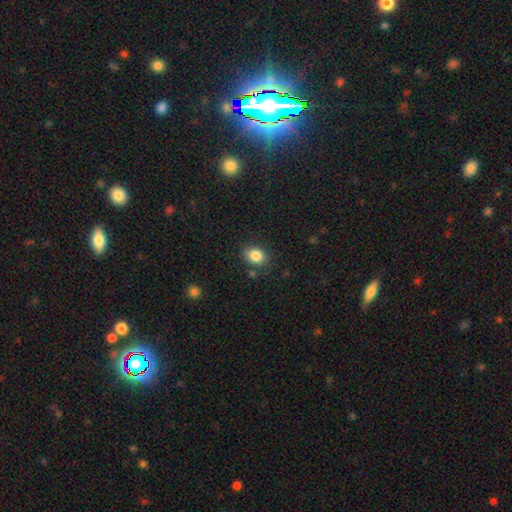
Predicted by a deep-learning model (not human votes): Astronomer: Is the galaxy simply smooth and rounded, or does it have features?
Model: smooth — 85%.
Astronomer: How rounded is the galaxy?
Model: in between — 52% (runner-up: round, 47%).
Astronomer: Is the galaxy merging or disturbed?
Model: none — 82%.